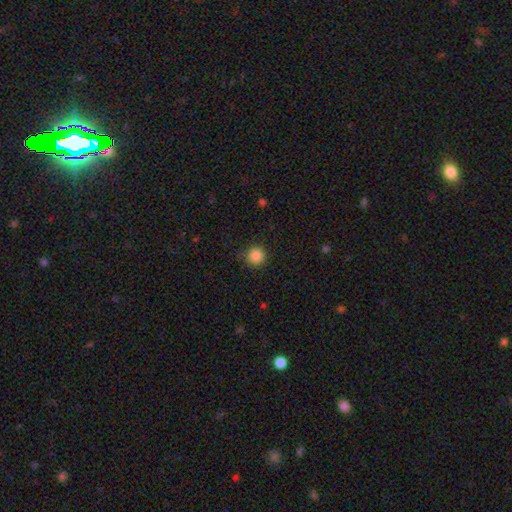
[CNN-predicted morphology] This appears to be a smooth galaxy with no disk features (87%) that is round (94%). Merging: none (86%).